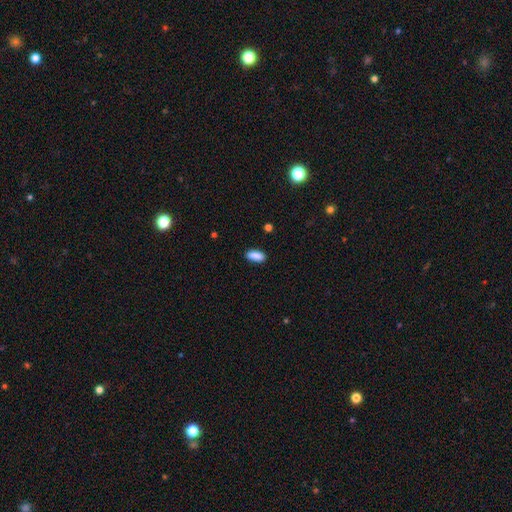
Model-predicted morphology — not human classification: smooth_or_featured: smooth (p=0.88) [alt: star or artifact p=0.07]
how_rounded: in between (p=0.81) [alt: cigar-shaped p=0.16]
merging: none (p=0.84) [alt: minor disturbance p=0.12]